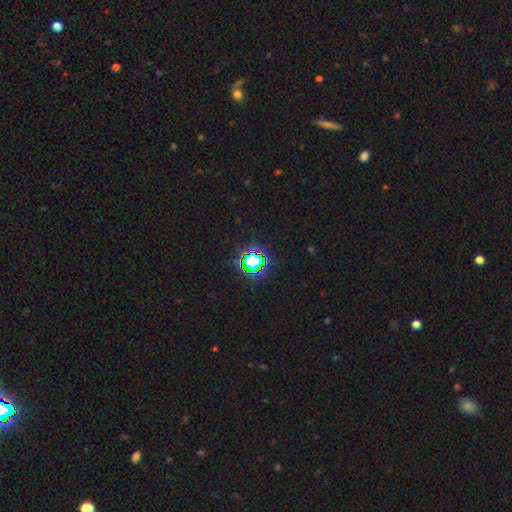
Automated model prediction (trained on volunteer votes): smooth-or-featured: star or artifact: 72% | smooth: 18% | featured or disk: 10%